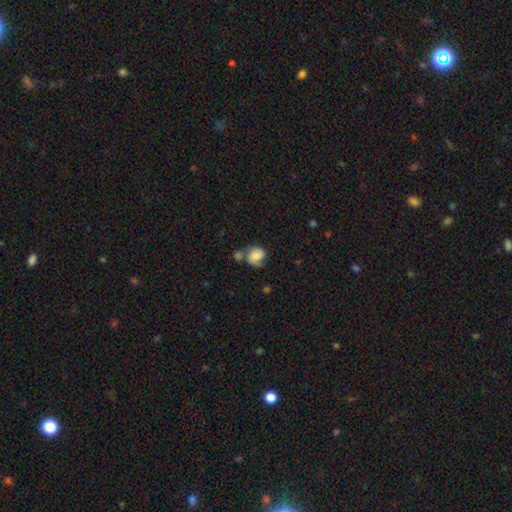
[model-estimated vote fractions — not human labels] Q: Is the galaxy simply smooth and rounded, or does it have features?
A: smooth — 57%.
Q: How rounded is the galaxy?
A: round — 63%.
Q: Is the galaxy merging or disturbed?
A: none — 40%.